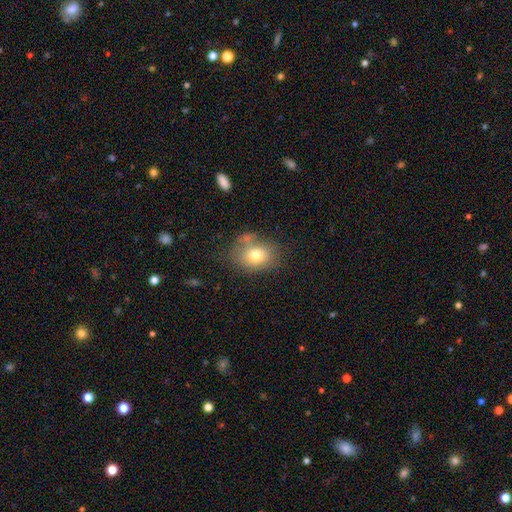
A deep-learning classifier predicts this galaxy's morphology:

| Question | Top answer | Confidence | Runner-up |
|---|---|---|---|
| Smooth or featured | smooth | 73% | featured or disk (16%) |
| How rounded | in between | 57% | round (42%) |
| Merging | none | 58% | minor disturbance (22%) |